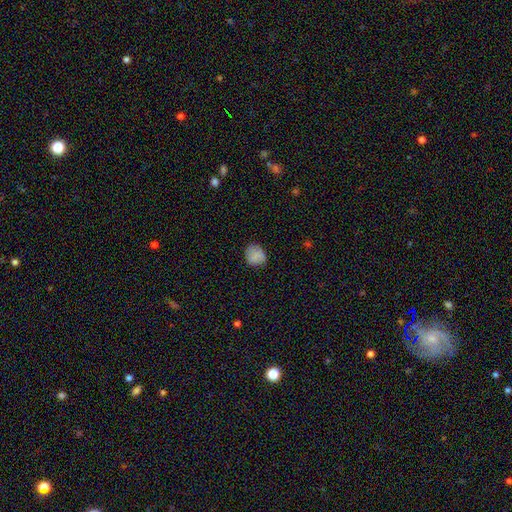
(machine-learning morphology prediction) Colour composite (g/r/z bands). It shows a smooth galaxy with no disk features (83%) that is round (74%). Merging: none (80%).